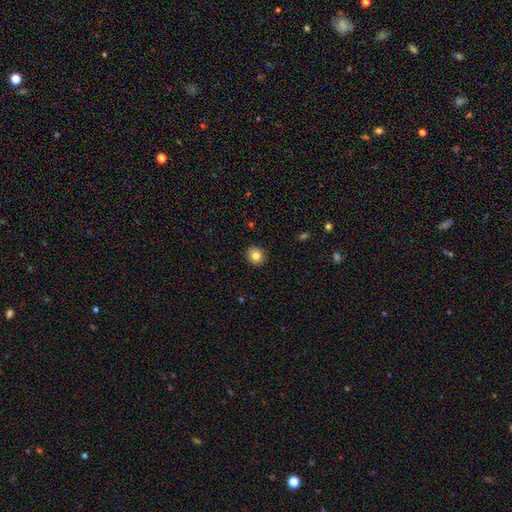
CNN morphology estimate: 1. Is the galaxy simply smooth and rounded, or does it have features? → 82% smooth, 10% star or artifact, 8% featured or disk.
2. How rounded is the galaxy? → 86% round, 13% in between, 1% cigar-shaped.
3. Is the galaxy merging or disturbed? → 91% none, 6% minor disturbance, 2% major disturbance, 1% merger.